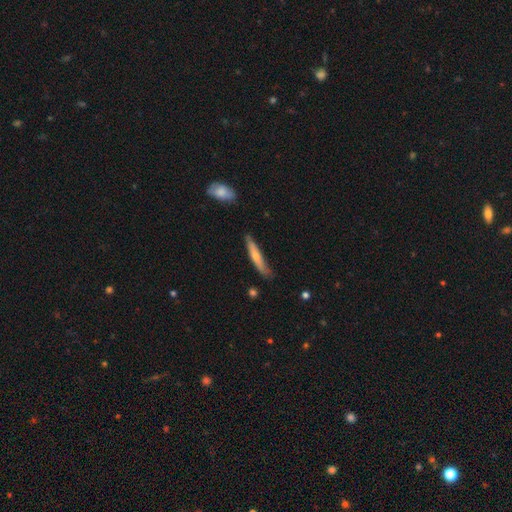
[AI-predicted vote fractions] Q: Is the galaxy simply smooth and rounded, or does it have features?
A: smooth — 59%.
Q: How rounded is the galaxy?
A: cigar-shaped — 92%.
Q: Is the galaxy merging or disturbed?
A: none — 78%.